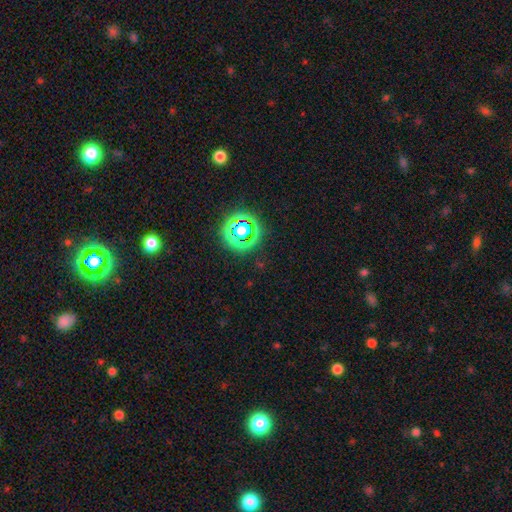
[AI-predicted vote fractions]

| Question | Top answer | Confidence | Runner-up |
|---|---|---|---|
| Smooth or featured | star or artifact | 76% | smooth (16%) |